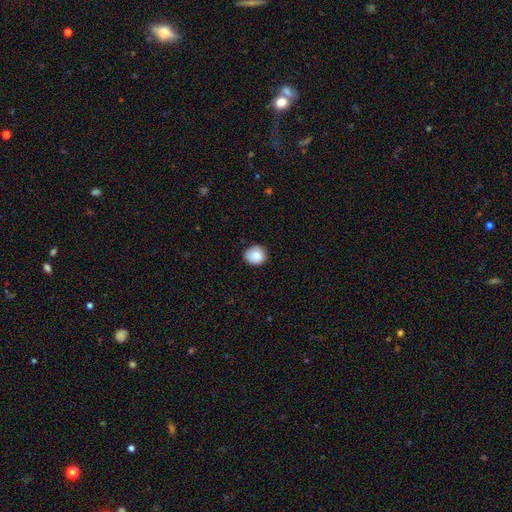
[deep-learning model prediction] Overall: smooth (88%). How rounded: round (83%). Merging: none (84%).